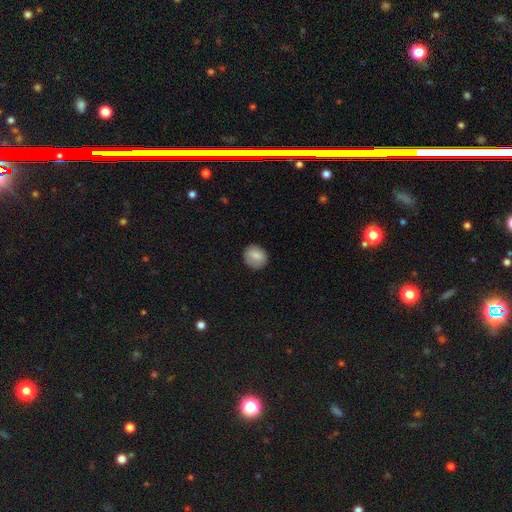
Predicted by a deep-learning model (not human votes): Overall: smooth (82%). How rounded: round (76%). Merging: none (85%).